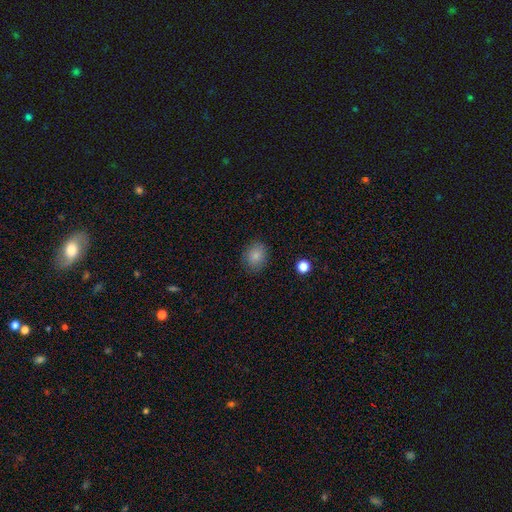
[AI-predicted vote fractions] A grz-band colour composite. It shows a smooth galaxy with no disk features (84%) that is round (66%). Merging: none (85%).